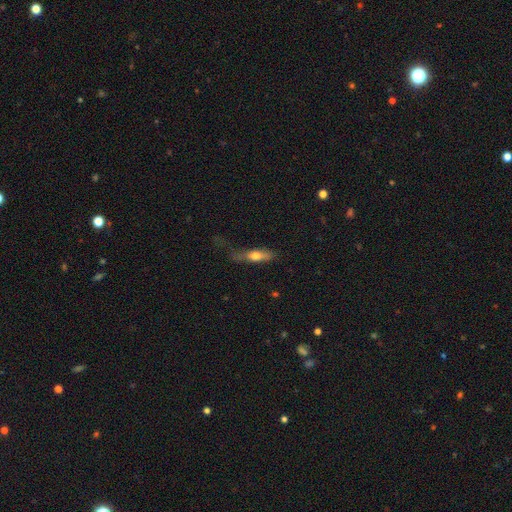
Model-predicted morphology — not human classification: smooth 64%, featured or disk 29%, star or artifact 7%. Down the decision tree: how rounded — cigar-shaped (51%); merging — none (39%).